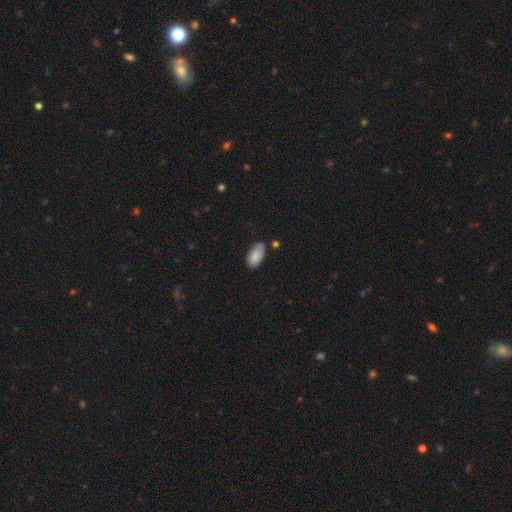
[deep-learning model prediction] Smooth or featured: smooth — 88% (star or artifact — 6%)
How rounded: in between — 95% (cigar-shaped — 3%)
Merging: none — 78% (minor disturbance — 16%)